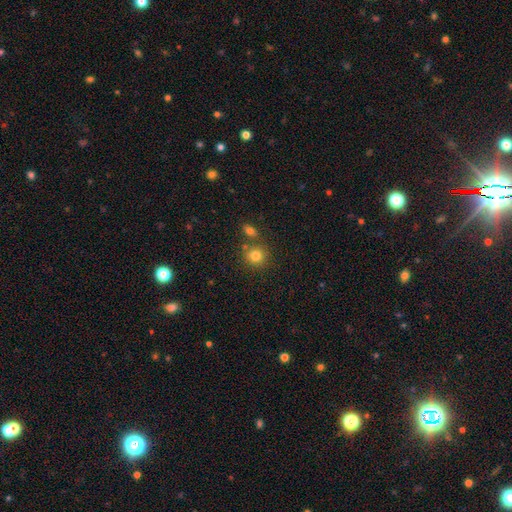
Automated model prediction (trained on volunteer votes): This is clearly a smooth galaxy (80%). How rounded: clearly round (87%). Merging: likely none (70%).